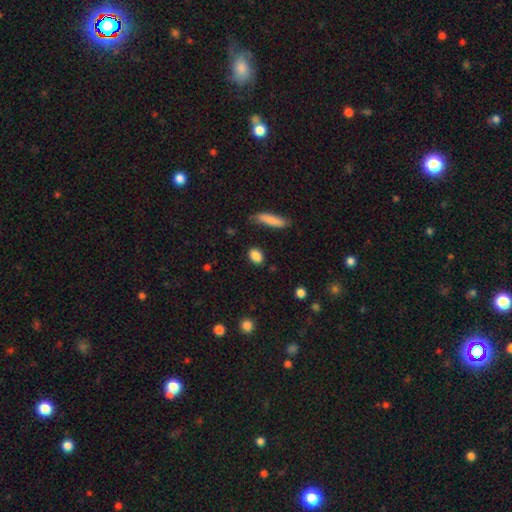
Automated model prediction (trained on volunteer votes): The model was most divided on "how rounded": in between: 75%, round: 19%, cigar-shaped: 6%. More confident: smooth or featured — smooth (86%); merging — none (83%).